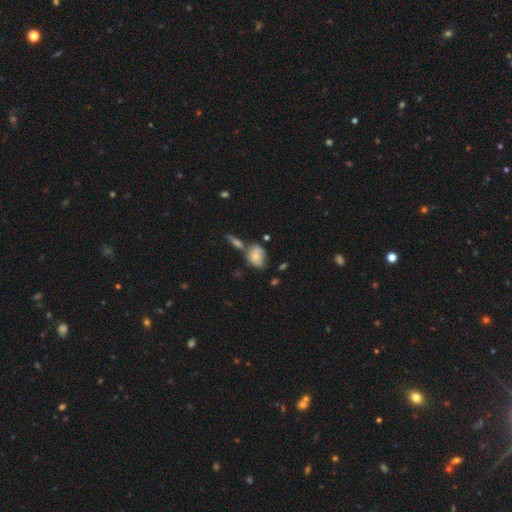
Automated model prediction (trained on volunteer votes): Q: Smooth or featured?
A: smooth (57%); runner-up: featured or disk (34%)
Q: How rounded?
A: in between (69%); runner-up: round (28%)
Q: Merging?
A: none (41%); runner-up: merger (27%)